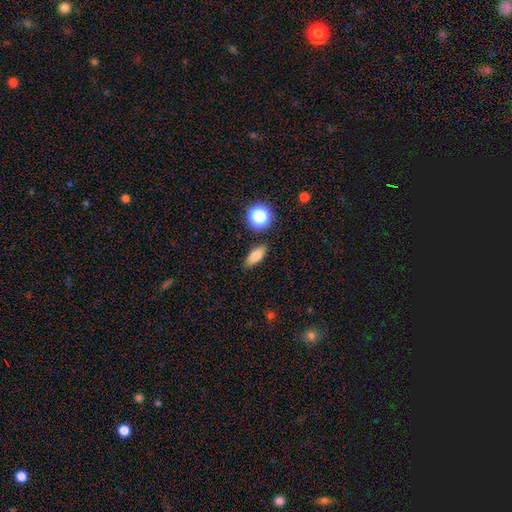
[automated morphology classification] smooth-or-featured: smooth: 77% | featured or disk: 12% | star or artifact: 11%
  how-rounded: in between: 71% | cigar-shaped: 21% | round: 8%
  merging: none: 87% | minor disturbance: 9% | major disturbance: 2% | merger: 2%